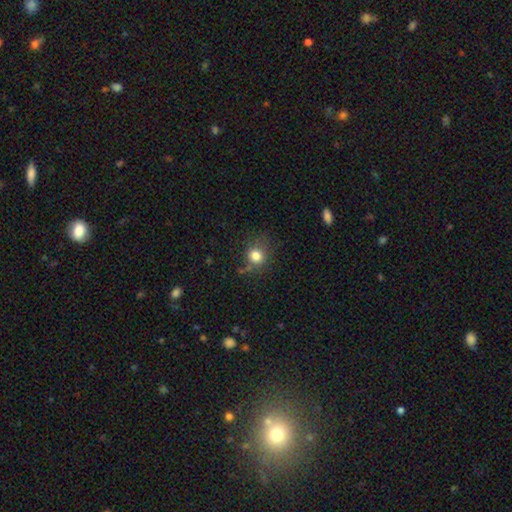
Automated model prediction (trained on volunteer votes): The model was most divided on "merging": none: 70%, minor disturbance: 18%, major disturbance: 7%, merger: 5%. More confident: smooth or featured — smooth (81%); how rounded — round (80%).